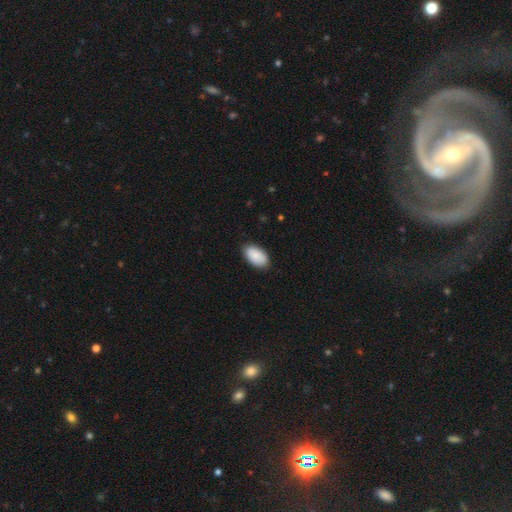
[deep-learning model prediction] Smooth or featured?
  - smooth: 90% *
  - star or artifact: 6%
  - featured or disk: 4%
How rounded?
  - in between: 96% *
  - round: 3%
  - cigar-shaped: 1%
Merging?
  - none: 87% *
  - minor disturbance: 10%
  - major disturbance: 2%
  - merger: 1%